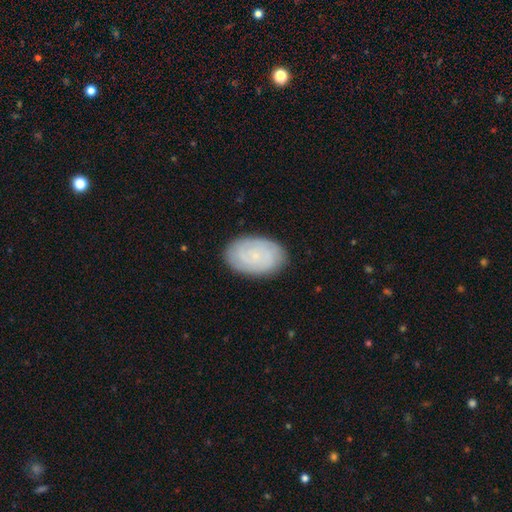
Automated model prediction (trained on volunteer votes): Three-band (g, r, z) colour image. It shows a featured or disk galaxy (59%) with no bar (77%), tight (73%) spiral arms (89%) and a small central bulge (82%). Merging: none (85%).